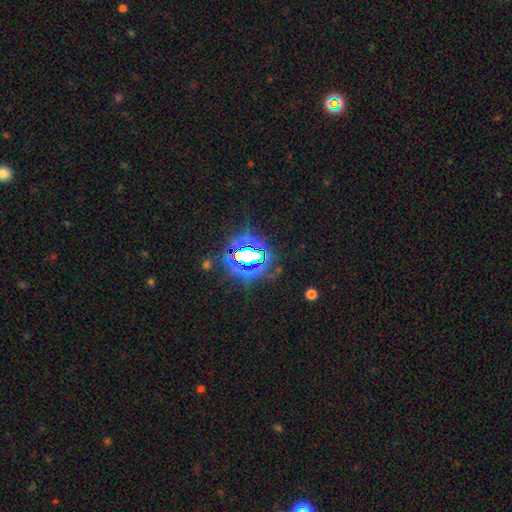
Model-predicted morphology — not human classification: A star or artifact, not a galaxy (81%).

Vote fractions:
- Smooth or featured? star or artifact: 81% / smooth: 12% / featured or disk: 7%